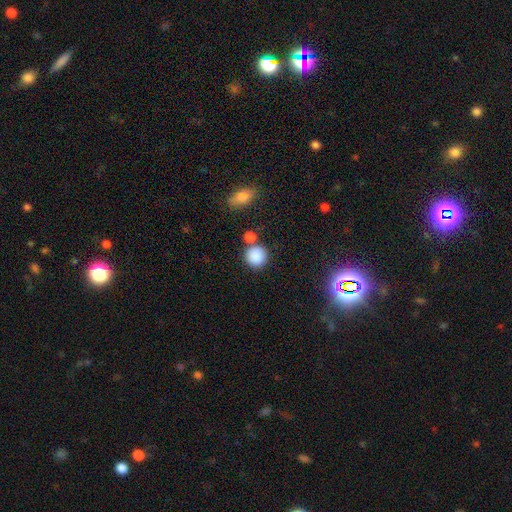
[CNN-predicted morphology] smooth 87%, star or artifact 9%, featured or disk 4%. Down the decision tree: how rounded — round (90%); merging — none (68%).